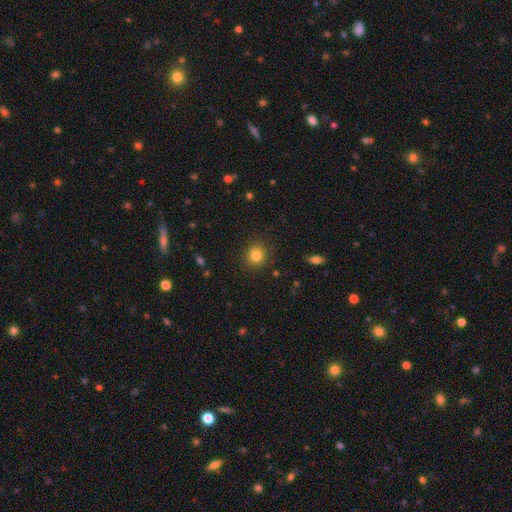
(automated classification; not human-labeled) Smooth or featured? smooth (83%)
How rounded? round (83%)
Merging? none (88%)